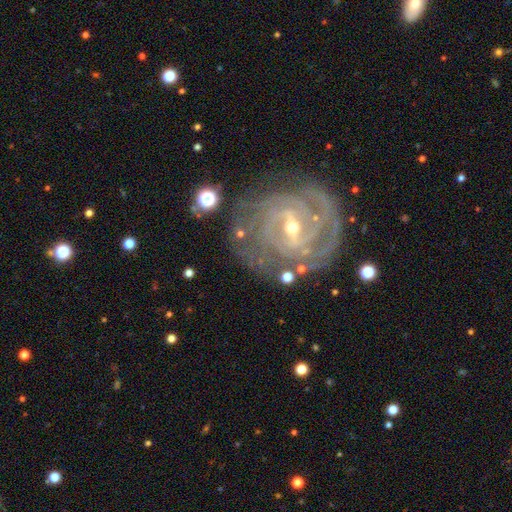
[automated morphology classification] featured or disk 90%, star or artifact 6%, smooth 4%. Down the decision tree: edge-on disk — no (97%); bar — weak (45%); spiral arms — yes (97%); spiral arm count — can't tell (26%); spiral winding — tight (78%); bulge size — small (59%); merging — none (74%).